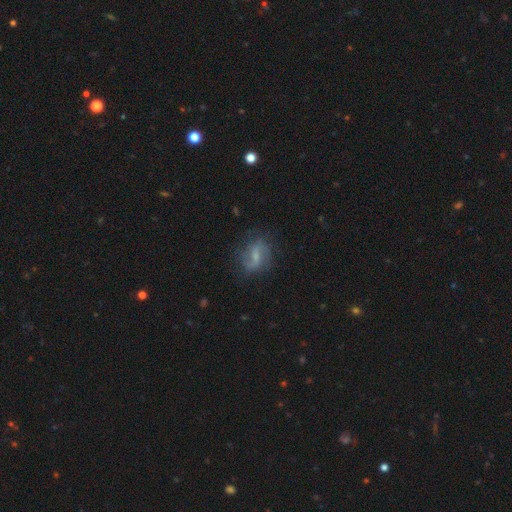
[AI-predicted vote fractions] Smooth or featured: featured or disk — 65% (smooth — 26%)
Edge-on disk: no — 96% (yes — 4%)
Bar: weak — 52% (strong — 26%)
Spiral arms: yes — 86% (no — 14%)
Spiral winding: loose — 51% (medium — 35%)
Spiral arm count: 2 — 81% (can't tell — 10%)
Bulge size: small — 50% (moderate — 28%)
Merging: none — 71% (minor disturbance — 19%)